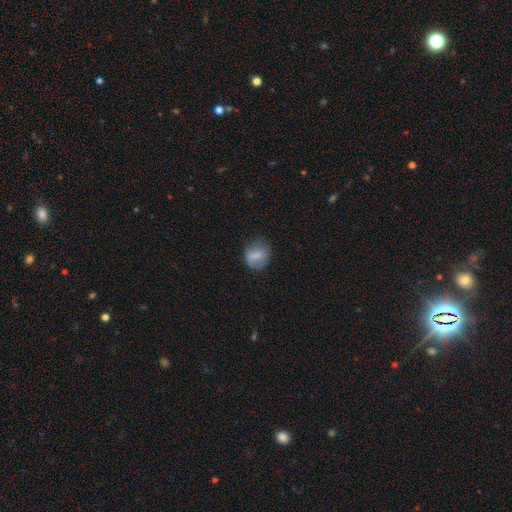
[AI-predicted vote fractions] Overall: smooth (71%). How rounded: round (62%; in between 36%). Merging: none (66%).